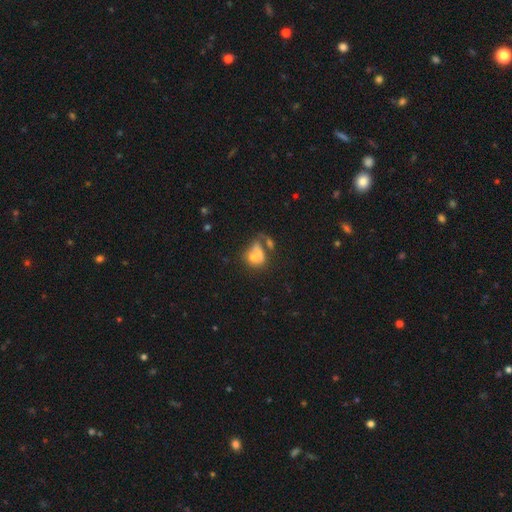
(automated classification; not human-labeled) This appears to be a smooth galaxy with no disk features (58%) that is in between round and cigar-shaped (50%). Merging: merger (50%).